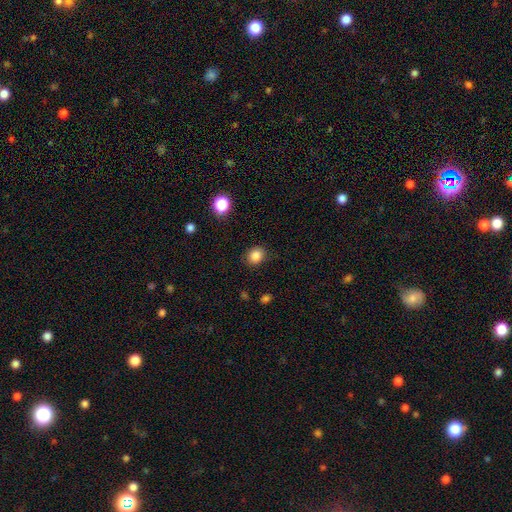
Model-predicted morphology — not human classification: The model was most divided on "how rounded": round: 67%, in between: 32%, cigar-shaped: 1%. More confident: merging — none (85%); smooth or featured — smooth (85%).